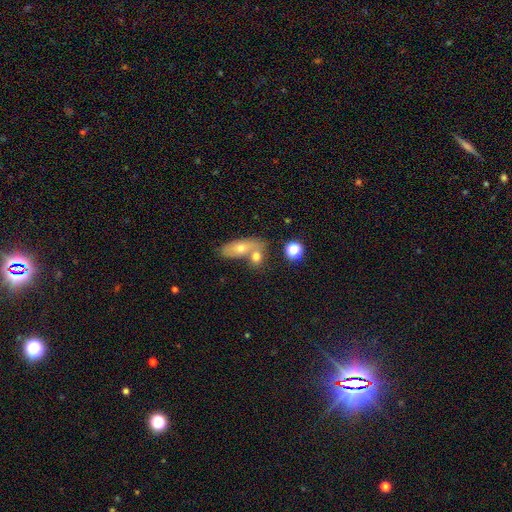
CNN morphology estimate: Q: Smooth or featured?
A: smooth (62%); runner-up: featured or disk (27%)
Q: How rounded?
A: in between (64%); runner-up: round (20%)
Q: Merging?
A: none (46%); runner-up: merger (40%)